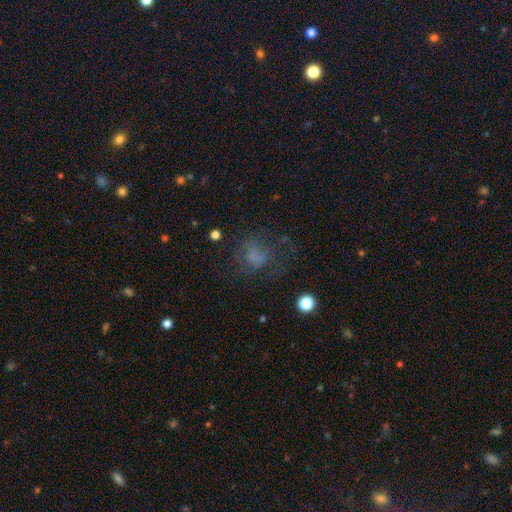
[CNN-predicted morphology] Smooth or featured? smooth (52%)
How rounded? round (65%)
Merging? none (49%)